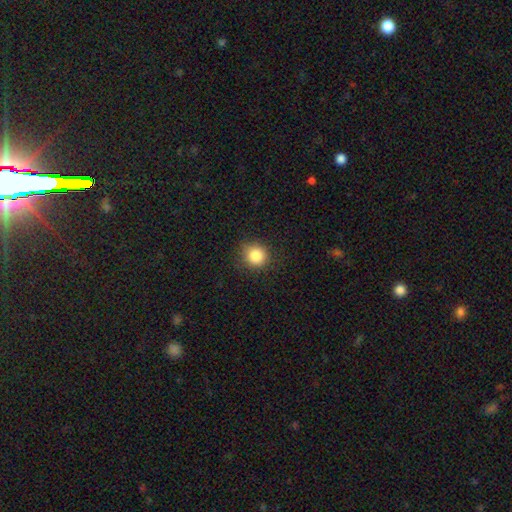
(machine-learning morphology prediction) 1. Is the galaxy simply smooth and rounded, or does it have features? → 85% smooth, 11% star or artifact, 5% featured or disk.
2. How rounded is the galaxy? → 89% round, 10% in between, 1% cigar-shaped.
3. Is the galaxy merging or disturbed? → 84% none, 12% minor disturbance, 3% major disturbance, 1% merger.